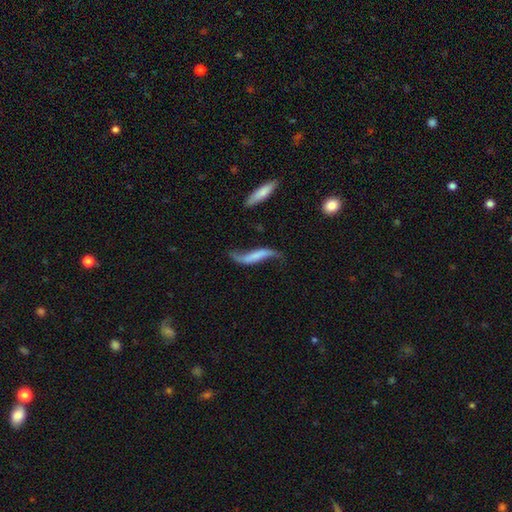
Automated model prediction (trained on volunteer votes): Smooth or featured? Predicted: featured or disk (p=0.76). Edge-on disk? Predicted: no (p=0.83). Bar? Predicted: no (p=0.40). Spiral arms? Predicted: yes (p=0.90). Spiral winding? Predicted: loose (p=0.95). Spiral arm count? Predicted: 2 (p=0.91). Bulge size? Predicted: none (p=0.65). Merging? Predicted: none (p=0.55).